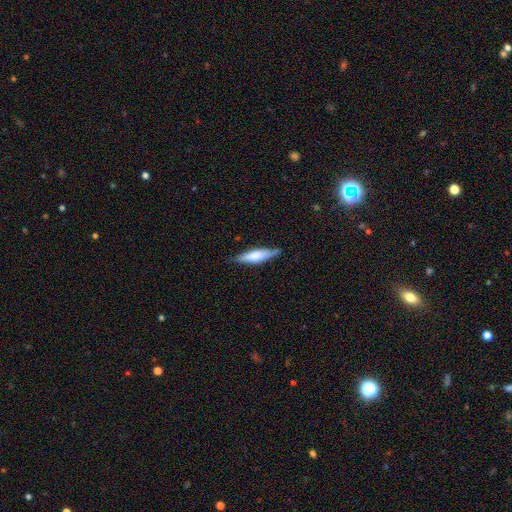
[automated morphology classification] This is possibly a smooth galaxy (60%). How rounded: likely cigar-shaped (70%). Merging: likely none (79%).